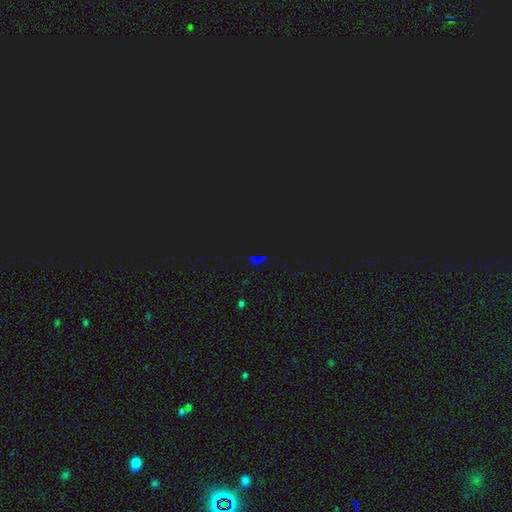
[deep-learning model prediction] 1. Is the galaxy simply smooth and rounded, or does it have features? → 69% star or artifact, 22% smooth, 9% featured or disk.